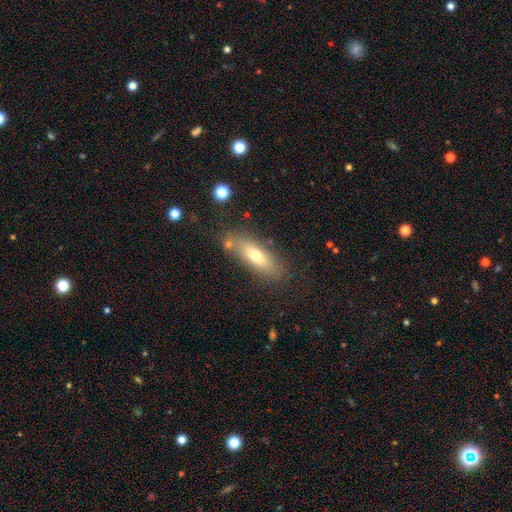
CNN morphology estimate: smooth_or_featured: smooth (p=0.65) [alt: featured or disk p=0.26]
how_rounded: in between (p=0.56) [alt: cigar-shaped p=0.41]
merging: none (p=0.77) [alt: minor disturbance p=0.13]